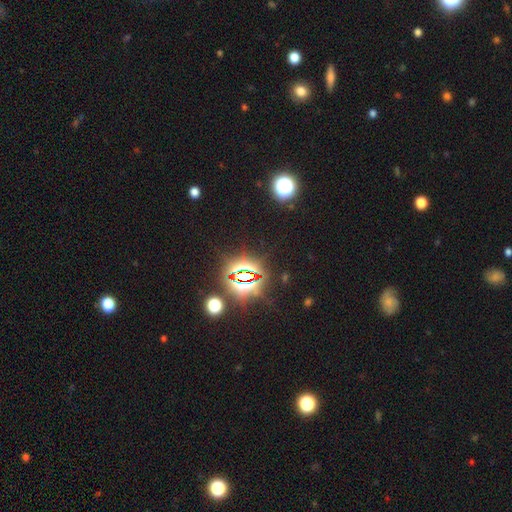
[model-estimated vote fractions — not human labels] Q: Smooth or featured?
A: star or artifact (83%); runner-up: smooth (10%)